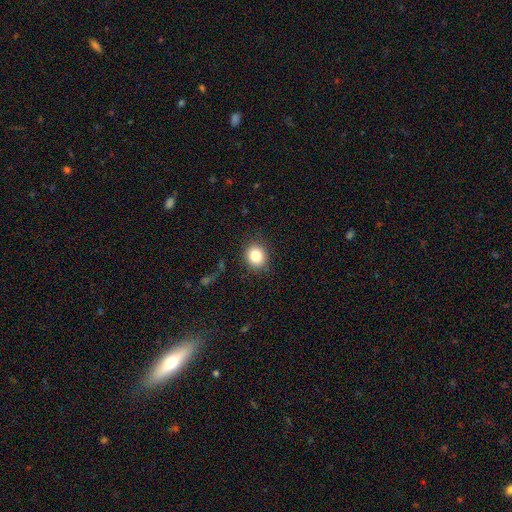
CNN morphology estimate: smooth 85%, star or artifact 9%, featured or disk 5%. Down the decision tree: how rounded — round (76%); merging — none (85%).